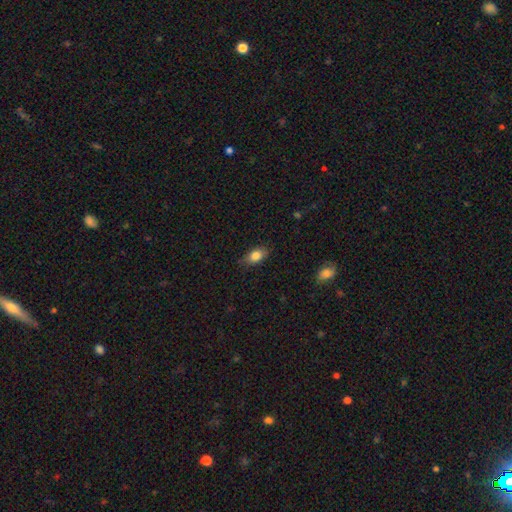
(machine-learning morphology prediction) This is clearly a smooth galaxy (83%). How rounded: clearly in between (85%). Merging: likely none (80%).